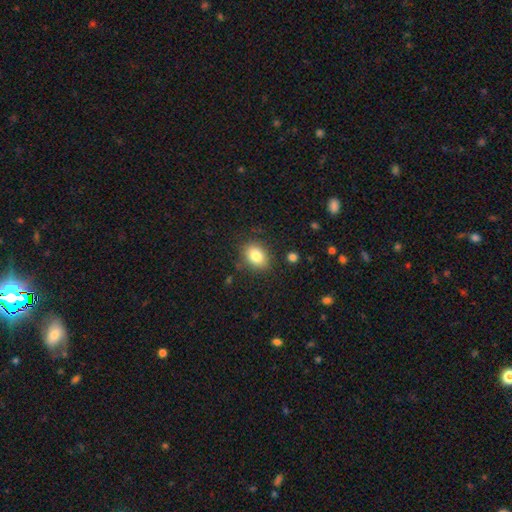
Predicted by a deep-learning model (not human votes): A smooth galaxy with no disk features (83%) that is in between round and cigar-shaped (67%). Merging: none (82%).